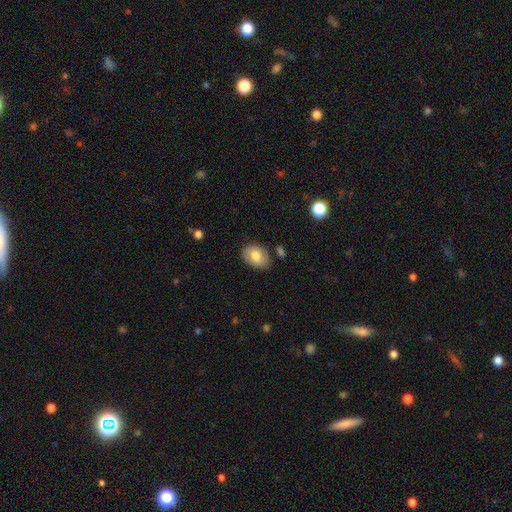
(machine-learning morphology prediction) Overall: smooth (76%). How rounded: in between (80%). Merging: none (82%).